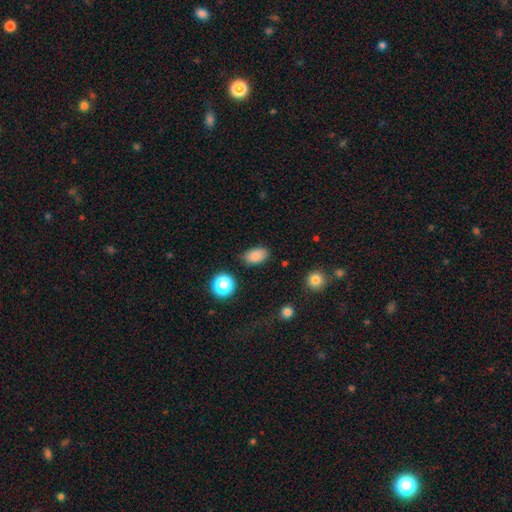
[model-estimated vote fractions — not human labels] This appears to be a smooth galaxy with no disk features (83%) that is in between round and cigar-shaped (89%). Merging: none (81%).